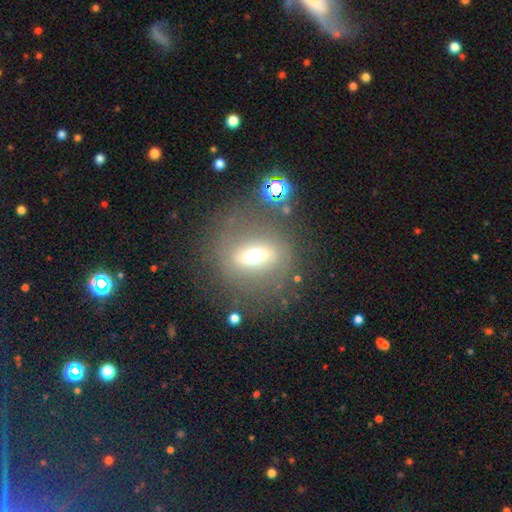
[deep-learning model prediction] Overall: featured or disk (57%; smooth 30%). Edge-on disk: no (63%; yes 37%). Merging: none (73%).